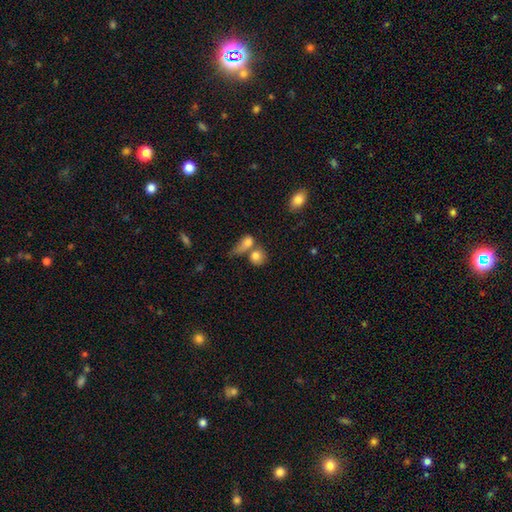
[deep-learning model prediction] Smooth or featured: smooth — 80% (featured or disk — 11%)
How rounded: round — 70% (in between — 27%)
Merging: merger — 46% (none — 37%)